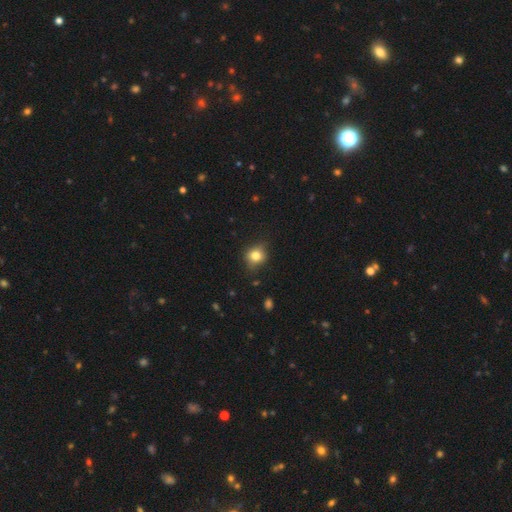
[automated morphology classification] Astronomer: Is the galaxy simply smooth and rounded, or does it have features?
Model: smooth — 78%.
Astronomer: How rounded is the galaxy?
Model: round — 74%.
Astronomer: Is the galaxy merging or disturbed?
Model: none — 75%.